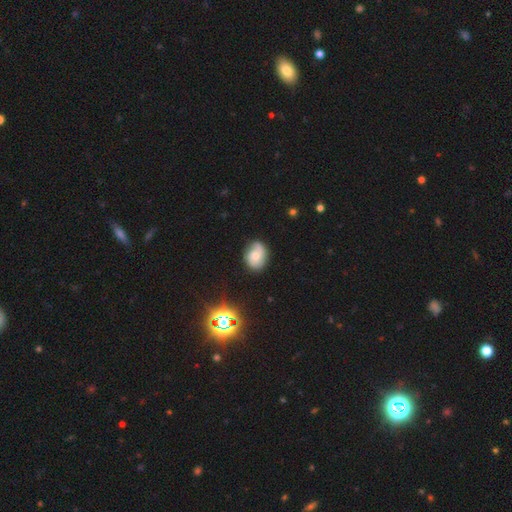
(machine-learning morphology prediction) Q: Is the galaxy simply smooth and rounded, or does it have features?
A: featured or disk — 46%.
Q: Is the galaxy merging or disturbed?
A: none — 66%.